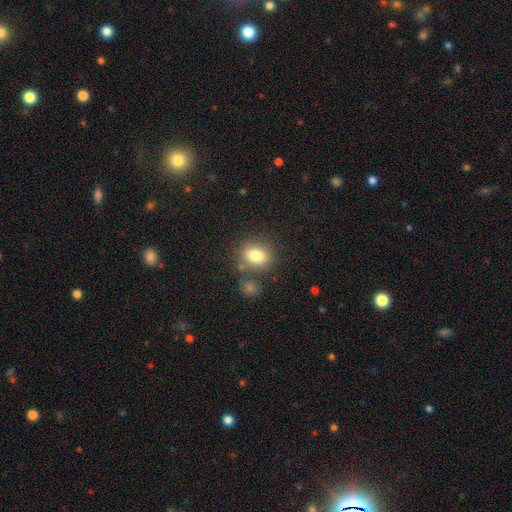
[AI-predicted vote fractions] Smooth or featured?
  - smooth: 81% *
  - star or artifact: 10%
  - featured or disk: 9%
How rounded?
  - in between: 62% *
  - round: 36%
  - cigar-shaped: 2%
Merging?
  - none: 71% *
  - minor disturbance: 13%
  - merger: 11%
  - major disturbance: 5%